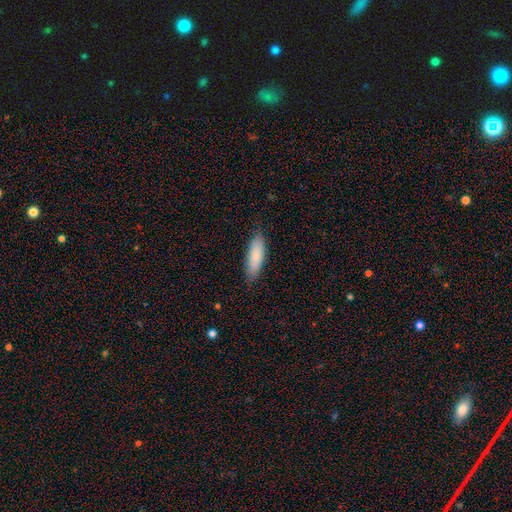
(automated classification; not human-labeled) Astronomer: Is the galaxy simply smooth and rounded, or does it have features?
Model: smooth — 85%.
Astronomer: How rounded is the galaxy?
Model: in between — 51% (runner-up: cigar-shaped, 47%).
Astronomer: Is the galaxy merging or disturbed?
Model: none — 85%.